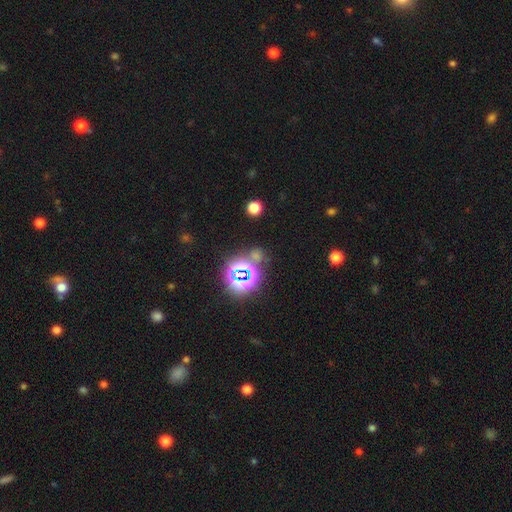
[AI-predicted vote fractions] Smooth or featured?
  - star or artifact: 64% *
  - smooth: 28%
  - featured or disk: 8%